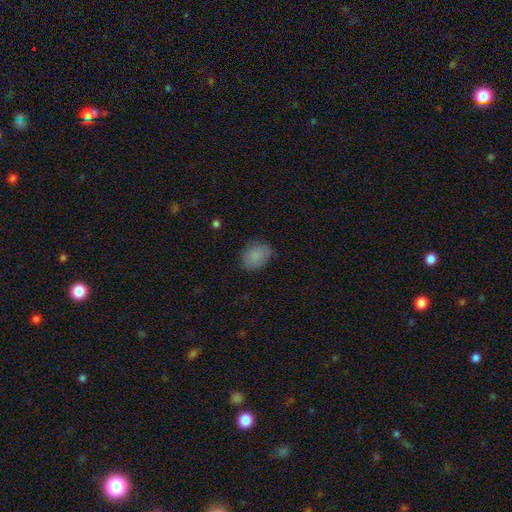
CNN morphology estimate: Overall: smooth (85%). How rounded: in between (64%; round 35%). Merging: none (80%).